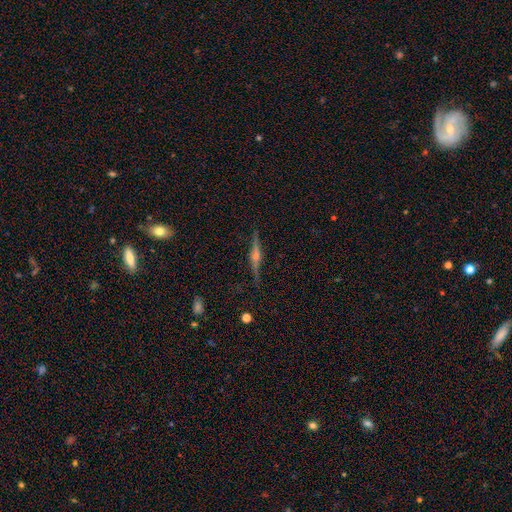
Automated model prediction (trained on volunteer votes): This appears to be a featured or disk galaxy (82%) viewed edge-on (98%) with a rounded central bulge (91%). Merging: none (89%).